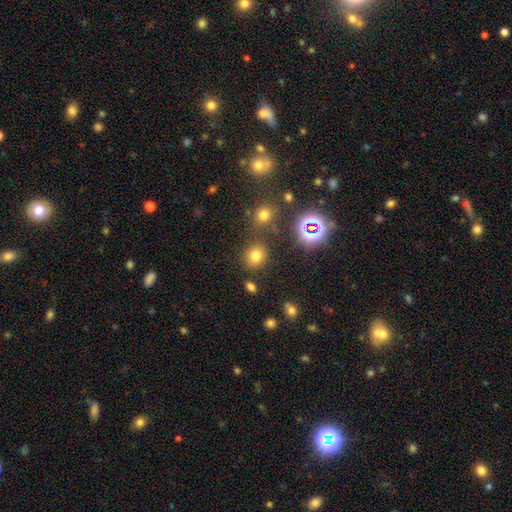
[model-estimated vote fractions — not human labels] Overall: smooth (73%). How rounded: round (66%; in between 33%). Merging: none (78%).